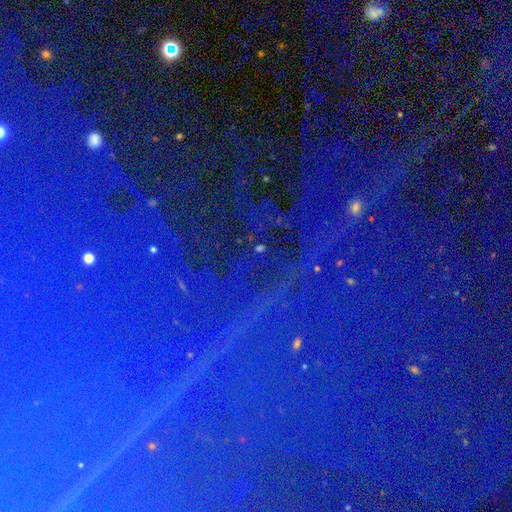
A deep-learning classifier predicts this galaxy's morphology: Smooth or featured?
  - star or artifact: 88% *
  - featured or disk: 6%
  - smooth: 6%